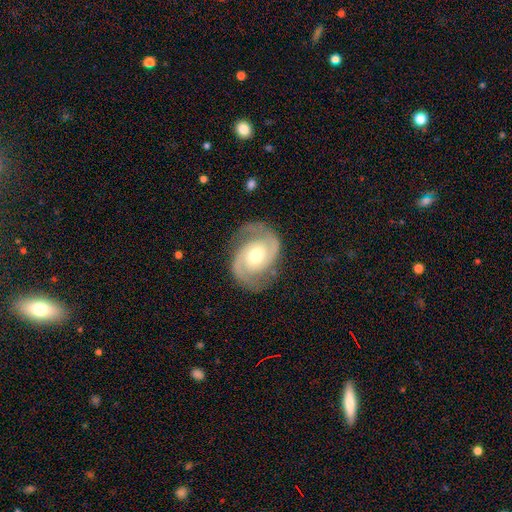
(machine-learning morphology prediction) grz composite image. It shows a featured or disk galaxy (91%) with no bar (57%), 2 (93%) medium (49%) spiral arms (98%) and a moderate central bulge (67%). Merging: none (82%).